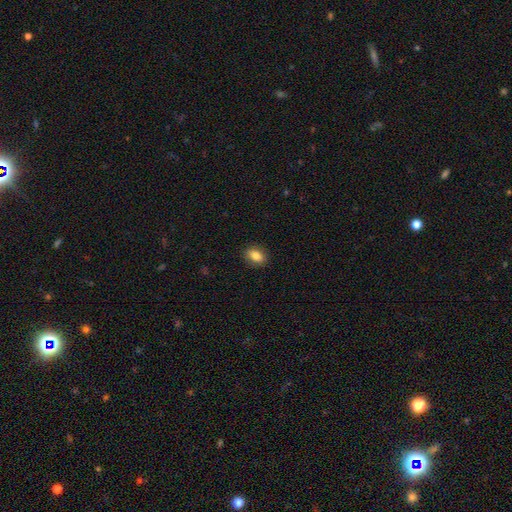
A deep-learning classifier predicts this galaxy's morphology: smooth_or_featured: smooth (p=0.84) [alt: star or artifact p=0.08]
how_rounded: in between (p=0.71) [alt: round p=0.27]
merging: none (p=0.88) [alt: minor disturbance p=0.09]